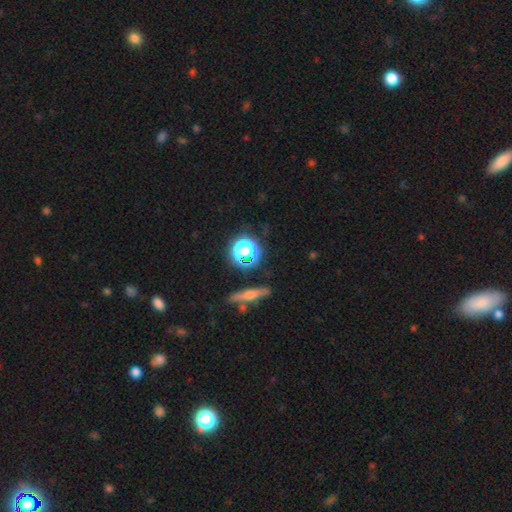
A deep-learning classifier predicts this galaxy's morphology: Smooth or featured? star or artifact (52%)